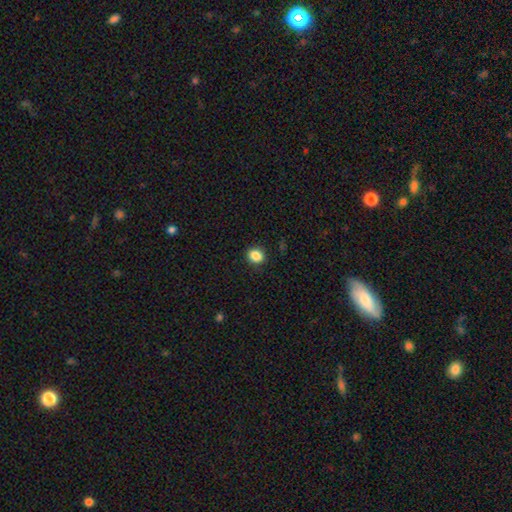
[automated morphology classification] Smooth or featured?
  - smooth: 86% *
  - star or artifact: 10%
  - featured or disk: 4%
How rounded?
  - round: 61% *
  - in between: 38%
  - cigar-shaped: 1%
Merging?
  - none: 90% *
  - minor disturbance: 7%
  - major disturbance: 2%
  - merger: 1%